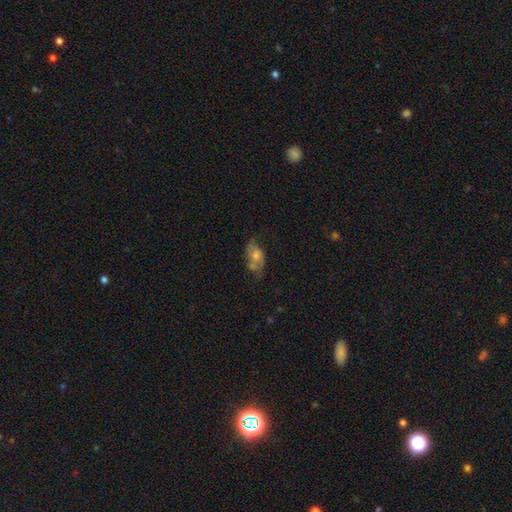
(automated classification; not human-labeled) Smooth or featured: featured or disk — 51% (smooth — 35%)
Edge-on disk: no — 89% (yes — 11%)
Merging: none — 56% (minor disturbance — 24%)